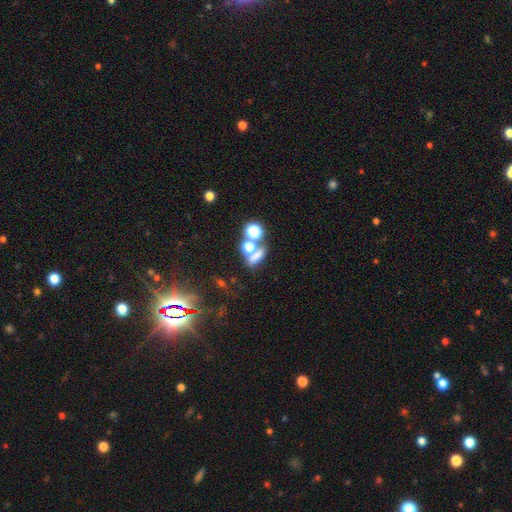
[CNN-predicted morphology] A smooth galaxy with no disk features (58%) that is in between round and cigar-shaped (45%).

Vote fractions:
- Smooth or featured? smooth: 58% / star or artifact: 28% / featured or disk: 14%
- How rounded? in between: 45% / round: 39% / cigar-shaped: 16%
- Merging? none: 46% / merger: 36% / minor disturbance: 11% / major disturbance: 8%